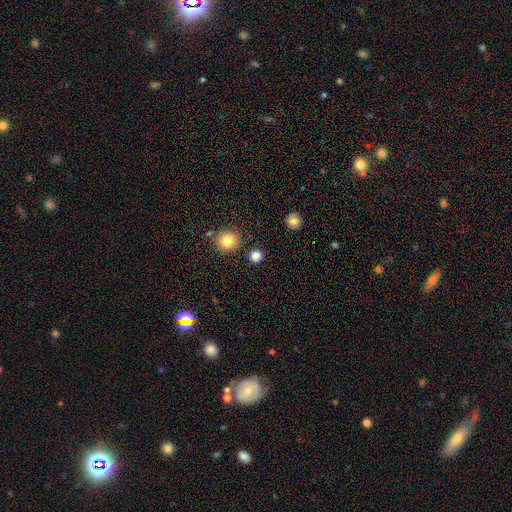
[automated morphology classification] Smooth or featured: smooth — 83% (star or artifact — 13%)
How rounded: round — 92% (in between — 7%)
Merging: none — 87% (minor disturbance — 7%)